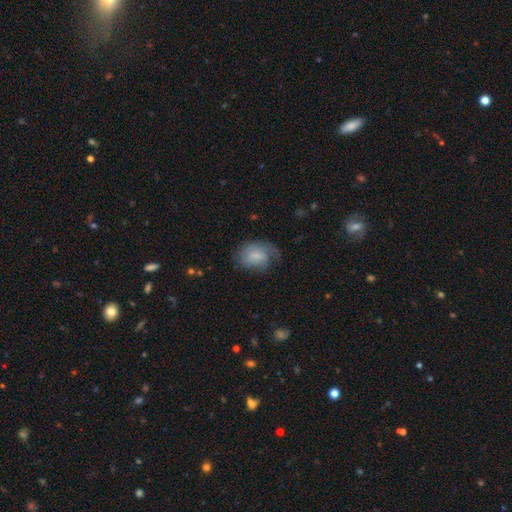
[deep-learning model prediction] Smooth or featured: smooth — 58% (featured or disk — 34%)
How rounded: in between — 70% (round — 29%)
Merging: none — 47% (minor disturbance — 30%)